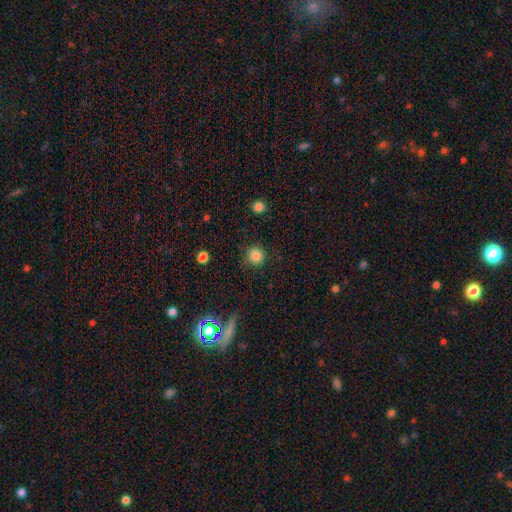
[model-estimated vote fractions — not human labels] Smooth or featured? smooth (83%)
How rounded? round (94%)
Merging? none (87%)